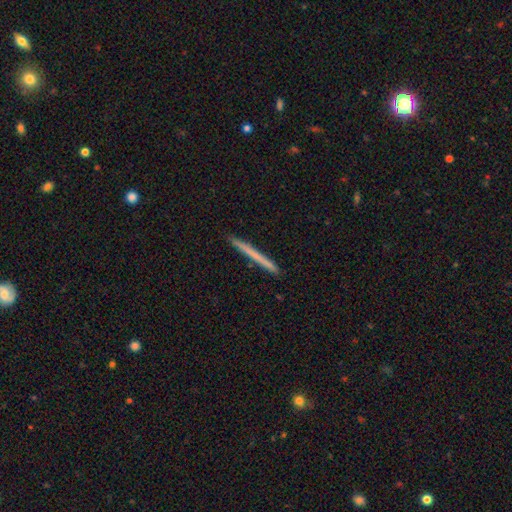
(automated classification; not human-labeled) A smooth galaxy with no disk features (61%) that is cigar-shaped (97%).

Vote fractions:
- Smooth or featured? smooth: 61% / featured or disk: 34% / star or artifact: 6%
- How rounded? cigar-shaped: 97% / in between: 1% / round: 1%
- Merging? none: 92% / minor disturbance: 5% / major disturbance: 1% / merger: 1%